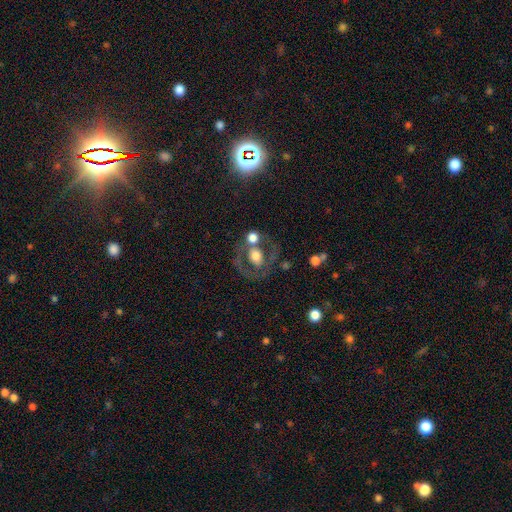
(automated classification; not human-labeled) Smooth or featured? featured or disk (49%)
Merging? none (53%)